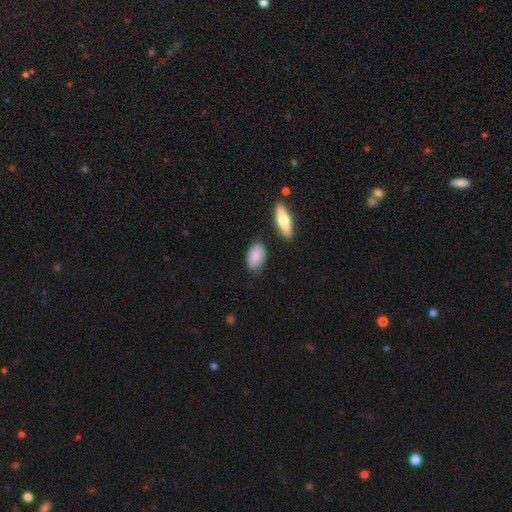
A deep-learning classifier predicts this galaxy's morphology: This appears to be a smooth galaxy with no disk features (82%) that is in between round and cigar-shaped (92%). Merging: none (70%).